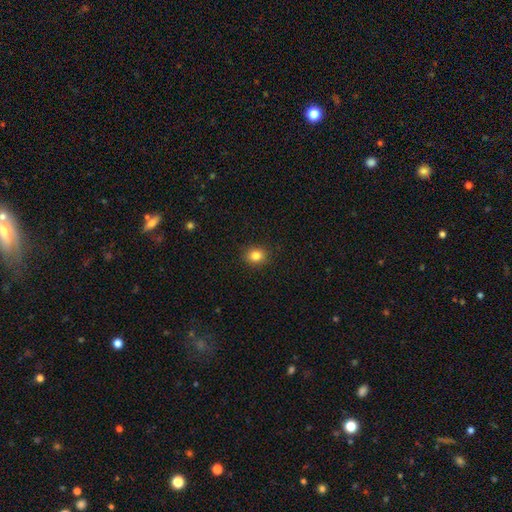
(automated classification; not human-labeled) Smooth or featured?
  - smooth: 84% *
  - star or artifact: 11%
  - featured or disk: 5%
How rounded?
  - round: 76% *
  - in between: 23%
  - cigar-shaped: 1%
Merging?
  - none: 90% *
  - minor disturbance: 7%
  - major disturbance: 2%
  - merger: 1%